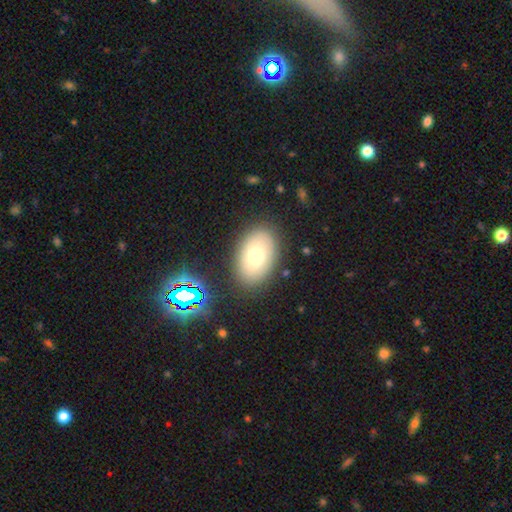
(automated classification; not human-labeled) Q: Smooth or featured?
A: smooth (72%); runner-up: featured or disk (18%)
Q: How rounded?
A: in between (89%); runner-up: round (10%)
Q: Merging?
A: none (86%); runner-up: minor disturbance (9%)